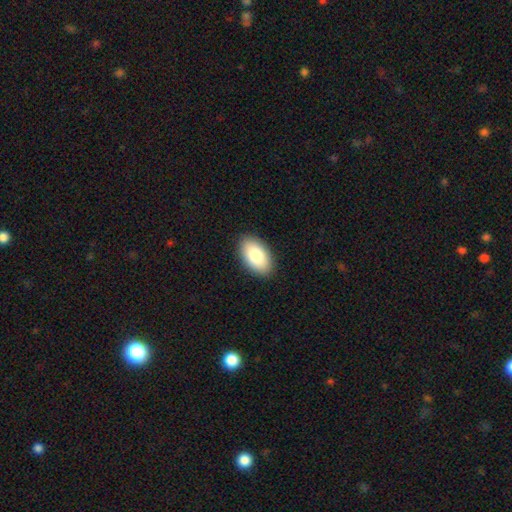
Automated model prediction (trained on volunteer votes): Smooth or featured? Predicted: smooth (p=0.84). How rounded? Predicted: in between (p=0.95). Merging? Predicted: none (p=0.90).